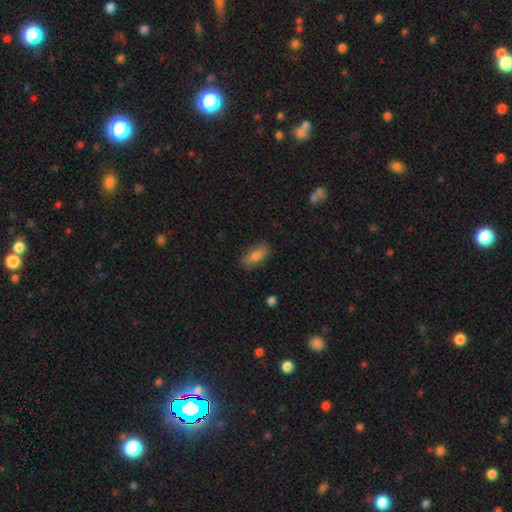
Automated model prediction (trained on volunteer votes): smooth_or_featured: smooth (p=0.77) [alt: featured or disk p=0.15]
how_rounded: in between (p=0.78) [alt: cigar-shaped p=0.18]
merging: none (p=0.82) [alt: minor disturbance p=0.14]